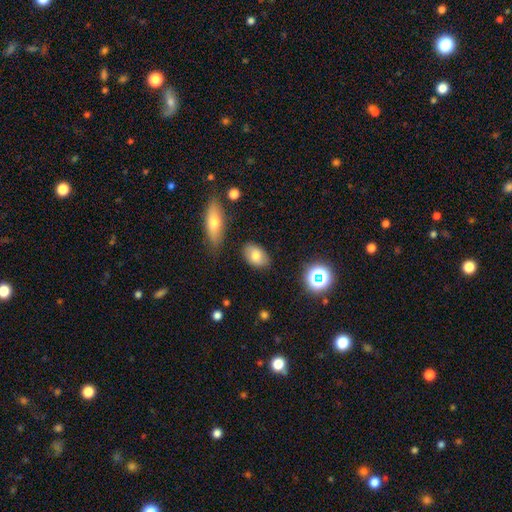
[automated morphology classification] Smooth or featured? Predicted: smooth (p=0.76). How rounded? Predicted: in between (p=0.88). Merging? Predicted: none (p=0.82).